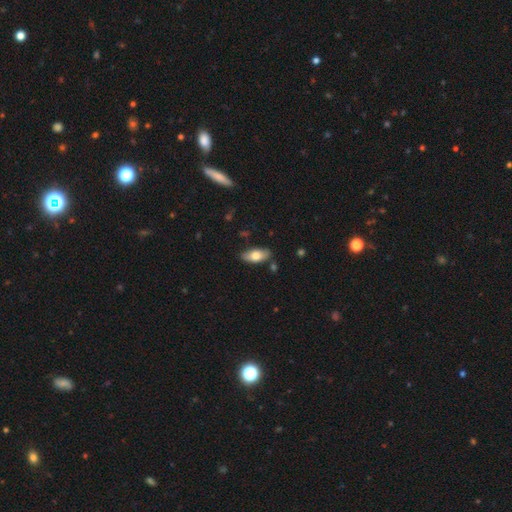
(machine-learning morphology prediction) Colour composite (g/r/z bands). It shows a smooth galaxy with no disk features (73%) that is in between round and cigar-shaped (89%). Merging: none (82%).